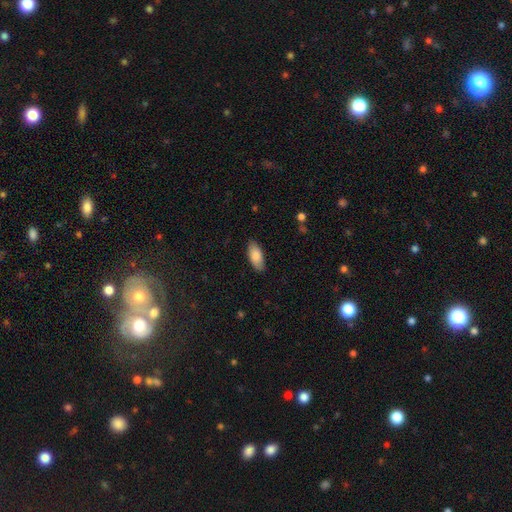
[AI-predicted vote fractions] This is clearly a smooth galaxy (85%). How rounded: clearly in between (88%). Merging: clearly none (85%).